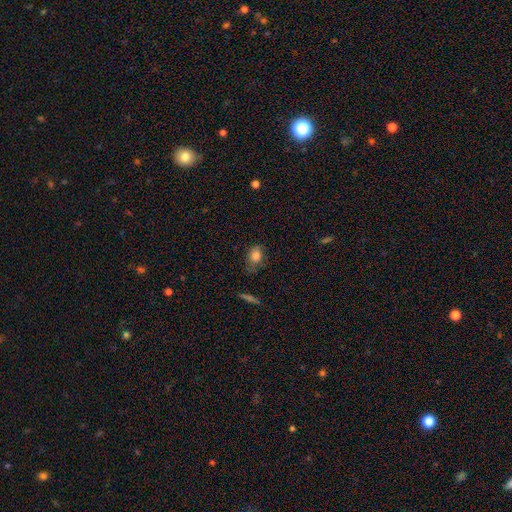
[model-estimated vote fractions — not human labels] Smooth or featured? smooth (81%)
How rounded? in between (69%)
Merging? none (61%)